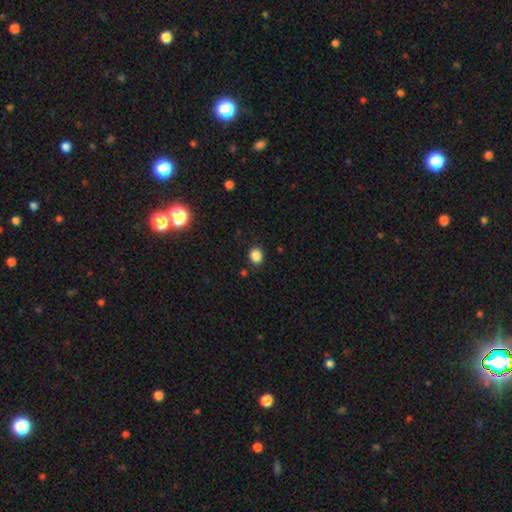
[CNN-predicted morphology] smooth 86%, star or artifact 11%, featured or disk 3%. Down the decision tree: how rounded — round (70%); merging — none (87%).